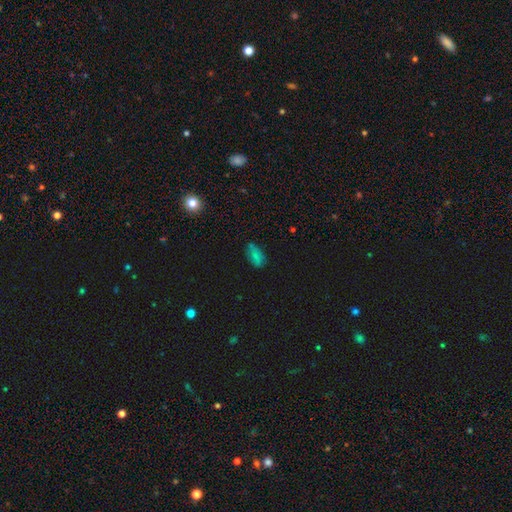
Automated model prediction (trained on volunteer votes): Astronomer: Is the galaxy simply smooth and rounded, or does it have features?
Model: smooth — 64%.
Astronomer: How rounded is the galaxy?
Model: in between — 84%.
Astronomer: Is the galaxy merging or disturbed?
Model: none — 69%.